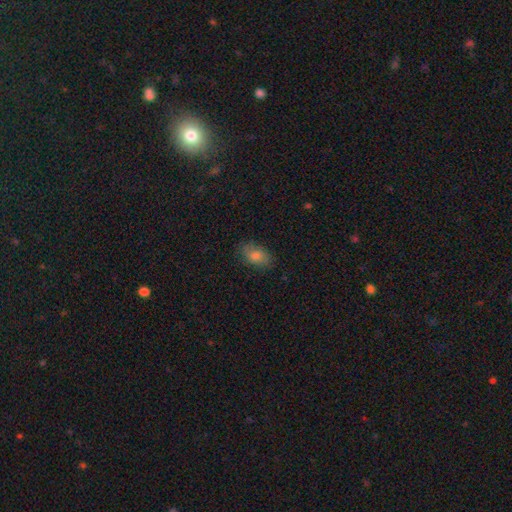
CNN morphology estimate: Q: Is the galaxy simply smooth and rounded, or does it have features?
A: smooth — 76%.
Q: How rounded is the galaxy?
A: in between — 87%.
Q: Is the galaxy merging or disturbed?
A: none — 82%.